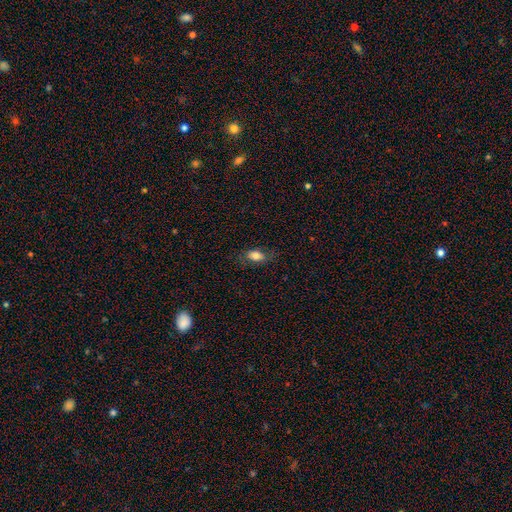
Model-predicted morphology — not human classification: A smooth galaxy with no disk features (78%) that is in between round and cigar-shaped (86%). Merging: none (76%).